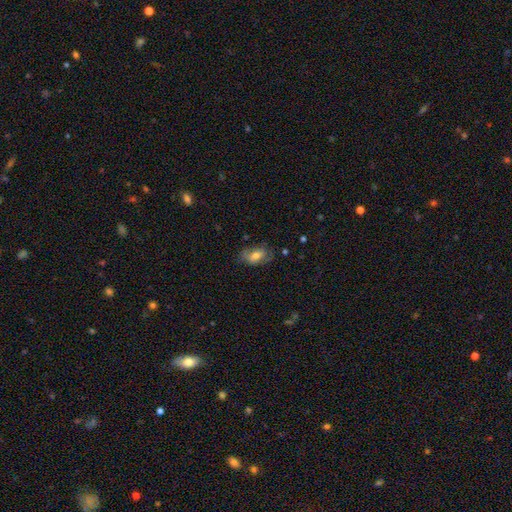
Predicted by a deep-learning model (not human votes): Smooth or featured? smooth (58%)
How rounded? in between (89%)
Merging? none (66%)